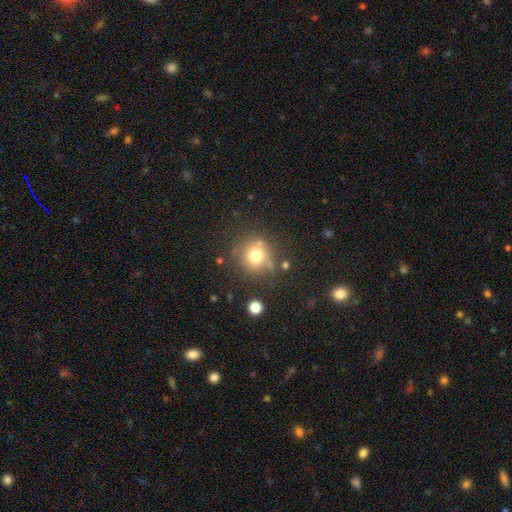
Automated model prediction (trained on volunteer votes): smooth_or_featured: smooth (p=0.72) [alt: star or artifact p=0.15]
how_rounded: round (p=0.89) [alt: in between p=0.10]
merging: none (p=0.71) [alt: minor disturbance p=0.15]